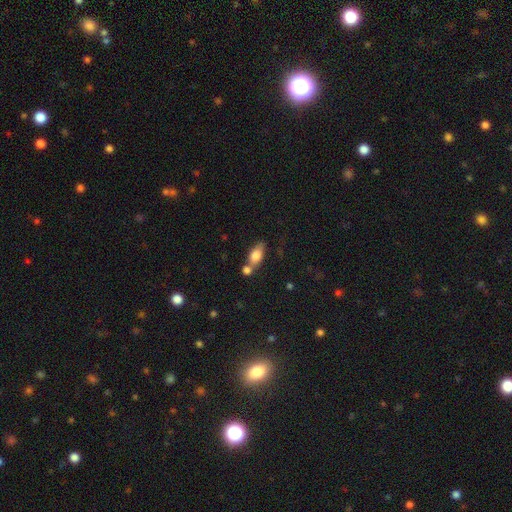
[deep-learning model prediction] This is likely a smooth galaxy (77%). How rounded: likely in between (80%). Merging: marginally none (42%).